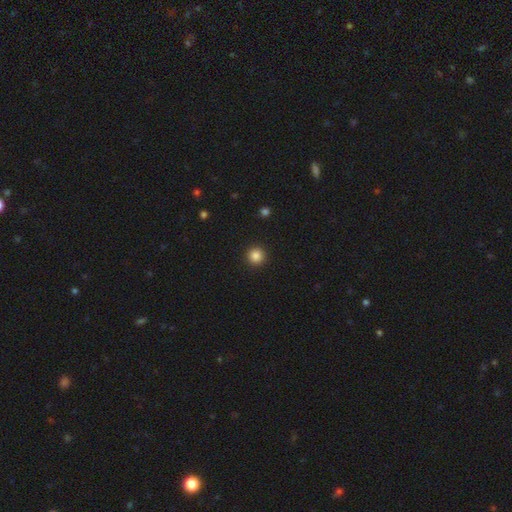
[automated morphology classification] smooth-or-featured: smooth: 85% | star or artifact: 11% | featured or disk: 3%
  how-rounded: round: 96% | in between: 3% | cigar-shaped: 1%
  merging: none: 93% | minor disturbance: 4% | major disturbance: 2% | merger: 1%